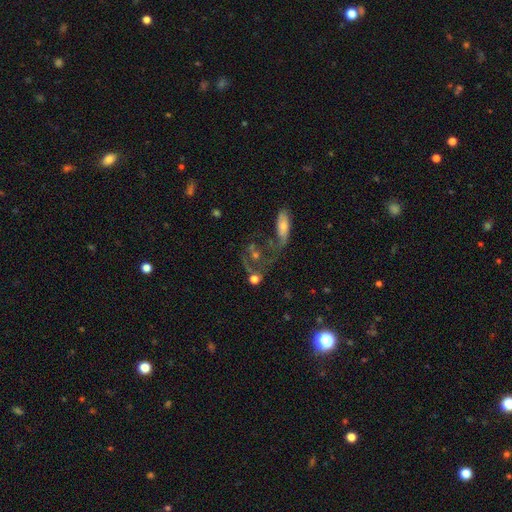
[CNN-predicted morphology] featured or disk 48%, smooth 28%, star or artifact 24%. Down the decision tree: merging — merger (31%, tied with none).